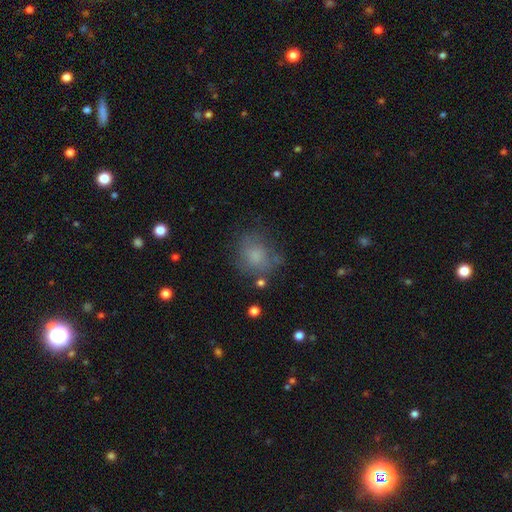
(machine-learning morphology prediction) This is likely a smooth galaxy (71%). How rounded: likely round (70%). Merging: likely none (63%).